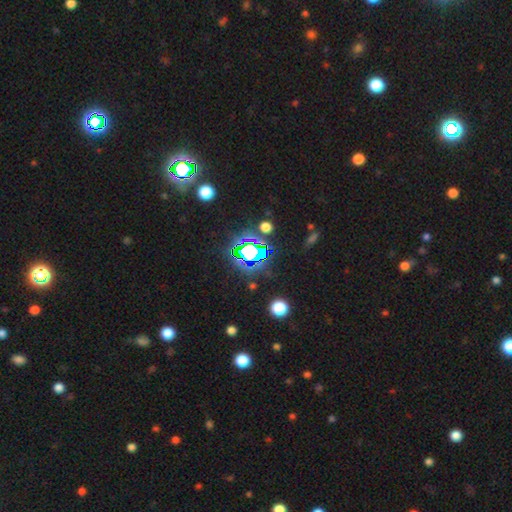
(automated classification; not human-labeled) The model was most divided on "smooth or featured": star or artifact: 70%, smooth: 18%, featured or disk: 12%.